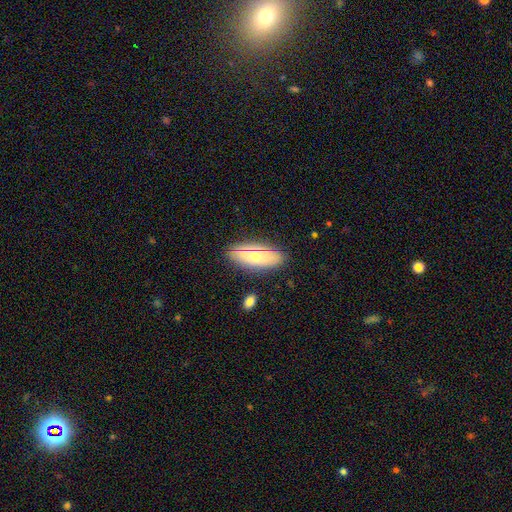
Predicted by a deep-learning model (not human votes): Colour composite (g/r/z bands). It shows a smooth galaxy with no disk features (61%) that is in between round and cigar-shaped (80%). Merging: none (83%).